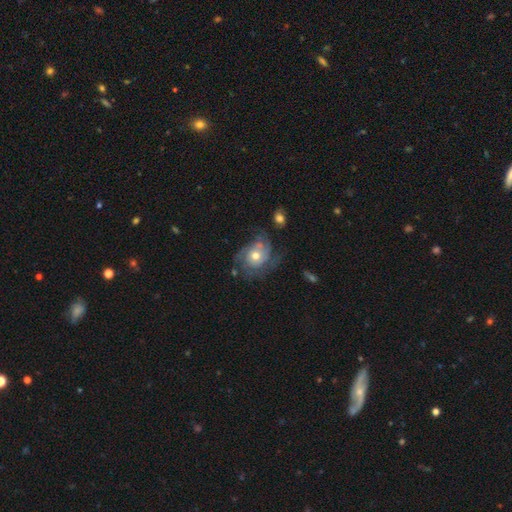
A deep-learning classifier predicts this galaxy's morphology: Overall: featured or disk (78%). Edge-on disk: no (97%). Bar: no (83%). Spiral arms: yes (90%). Spiral arm count: 3 (30%; can't tell 29%). Spiral winding: tight (49%; medium 36%). Bulge size: moderate (70%). Merging: none (55%; minor disturbance 22%).